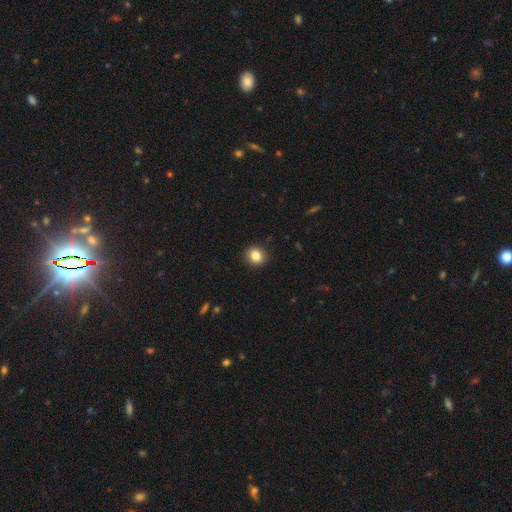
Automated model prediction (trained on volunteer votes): Overall: smooth (84%). How rounded: round (79%). Merging: none (91%).